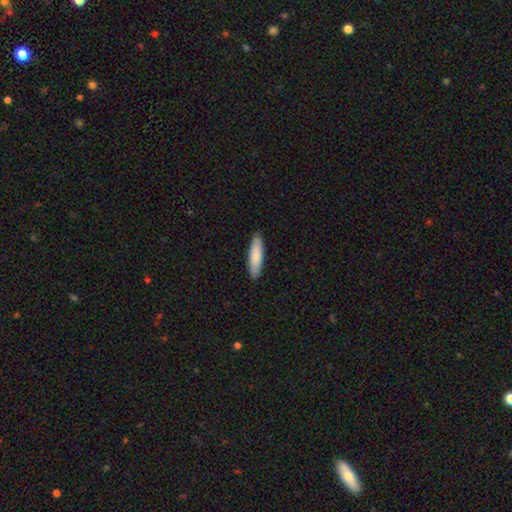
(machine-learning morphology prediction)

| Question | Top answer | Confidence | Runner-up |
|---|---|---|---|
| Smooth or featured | smooth | 83% | featured or disk (12%) |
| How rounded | cigar-shaped | 73% | in between (26%) |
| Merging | none | 90% | minor disturbance (8%) |